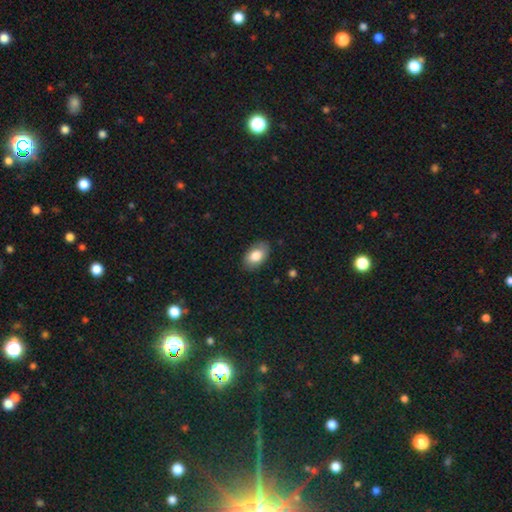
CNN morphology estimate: smooth-or-featured: smooth: 80% | featured or disk: 14% | star or artifact: 7%
  how-rounded: in between: 93% | round: 6% | cigar-shaped: 1%
  merging: none: 84% | minor disturbance: 12% | major disturbance: 3% | merger: 1%